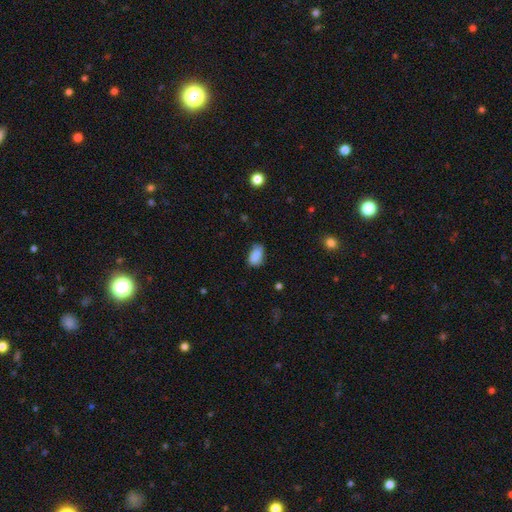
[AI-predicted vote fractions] This is clearly a smooth galaxy (84%). How rounded: clearly in between (89%). Merging: likely none (63%).